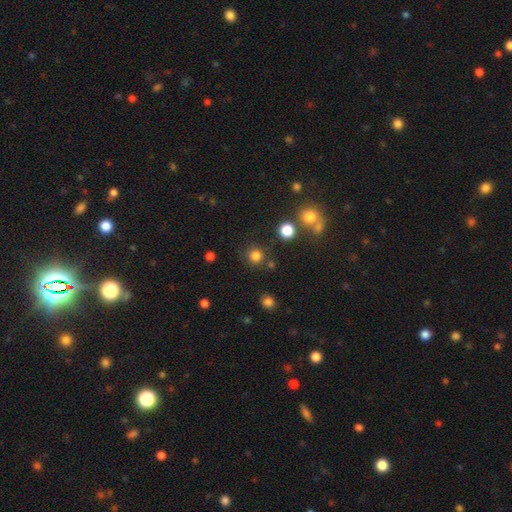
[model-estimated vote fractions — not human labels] Smooth or featured: smooth — 81% (star or artifact — 15%)
How rounded: round — 93% (in between — 6%)
Merging: none — 83% (minor disturbance — 8%)